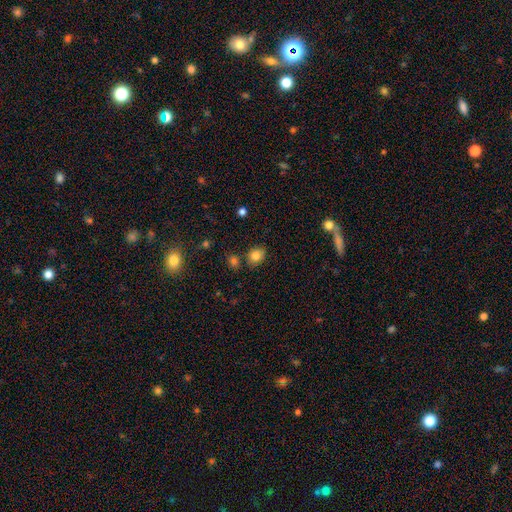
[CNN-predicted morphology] type=smooth (82%); roundness=round (55%); merging=none (77%).